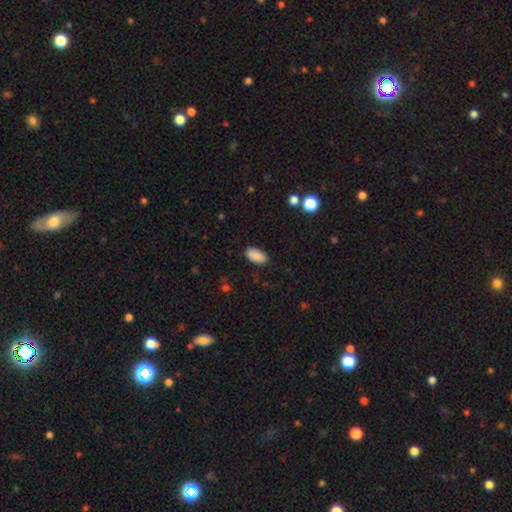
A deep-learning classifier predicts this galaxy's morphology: Smooth or featured: smooth — 89% (star or artifact — 8%)
How rounded: in between — 94% (cigar-shaped — 3%)
Merging: none — 87% (minor disturbance — 10%)